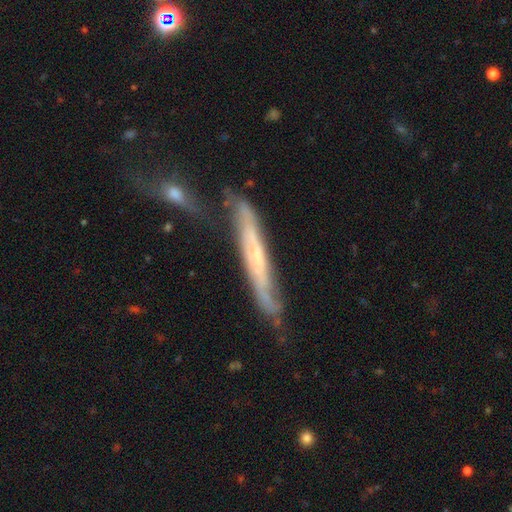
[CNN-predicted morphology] This is likely a featured or disk galaxy (69%). It is likely viewed edge-on (68%). Merging: possibly none (53%).